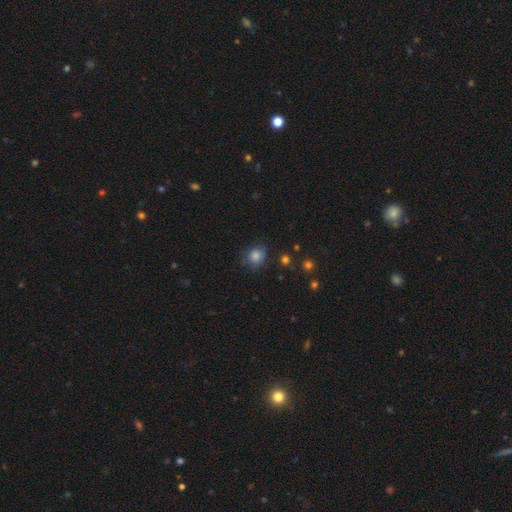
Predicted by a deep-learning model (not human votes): Smooth or featured: smooth — 80% (star or artifact — 12%)
How rounded: round — 72% (in between — 27%)
Merging: none — 73% (minor disturbance — 19%)